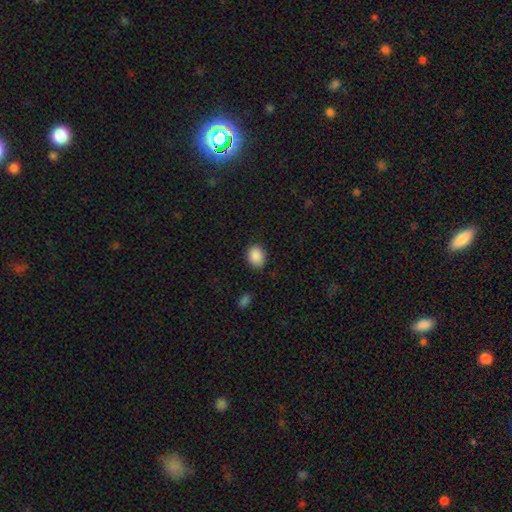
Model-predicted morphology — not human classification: Q: Smooth or featured?
A: smooth (89%); runner-up: star or artifact (8%)
Q: How rounded?
A: in between (50%); runner-up: round (49%)
Q: Merging?
A: none (84%); runner-up: minor disturbance (11%)